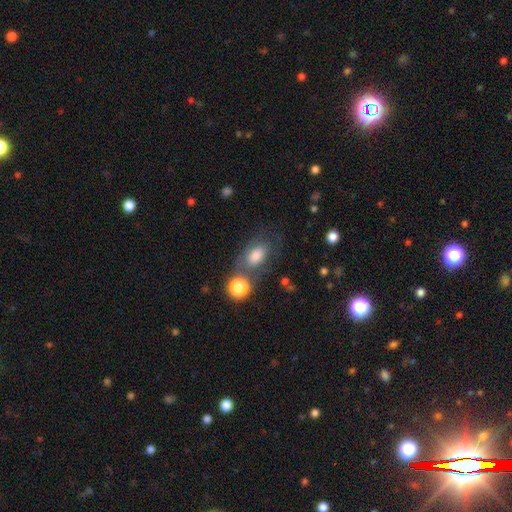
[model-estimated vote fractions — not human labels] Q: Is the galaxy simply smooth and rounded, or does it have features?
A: smooth — 72%.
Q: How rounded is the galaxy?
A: in between — 84%.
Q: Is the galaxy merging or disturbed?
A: none — 52%.